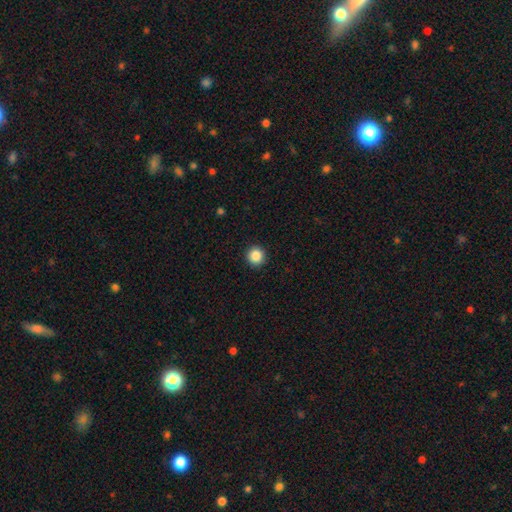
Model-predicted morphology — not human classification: This is clearly a smooth galaxy (87%). How rounded: clearly round (95%). Merging: clearly none (93%).